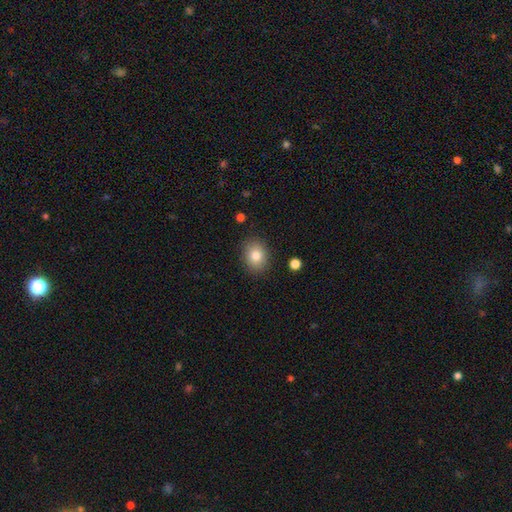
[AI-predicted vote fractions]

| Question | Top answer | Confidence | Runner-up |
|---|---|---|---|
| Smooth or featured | smooth | 81% | star or artifact (10%) |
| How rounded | round | 52% | in between (47%) |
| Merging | none | 87% | minor disturbance (9%) |